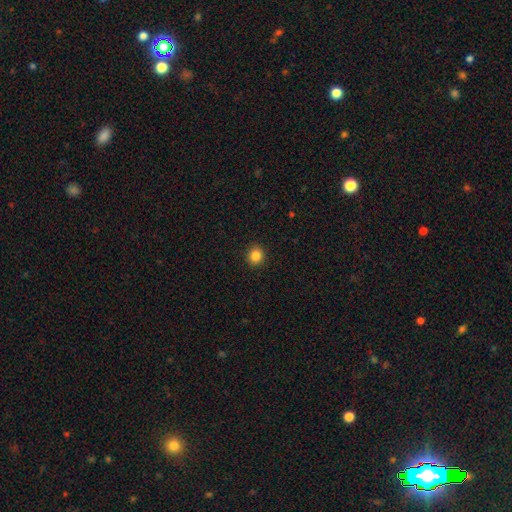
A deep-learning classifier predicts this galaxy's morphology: A smooth galaxy with no disk features (85%) that is round (84%). Merging: none (92%).